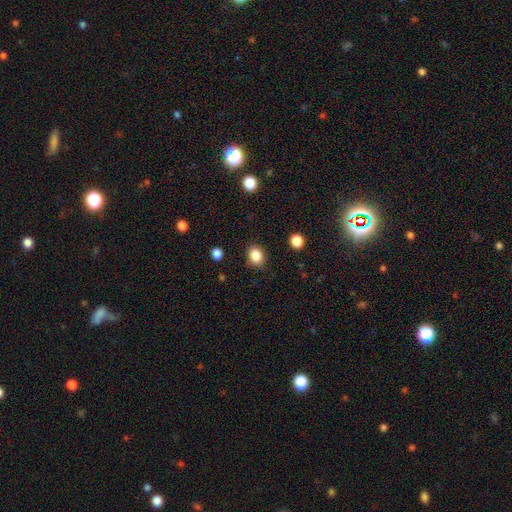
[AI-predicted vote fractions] Overall: smooth (86%). How rounded: round (53%; in between 47%). Merging: none (87%).